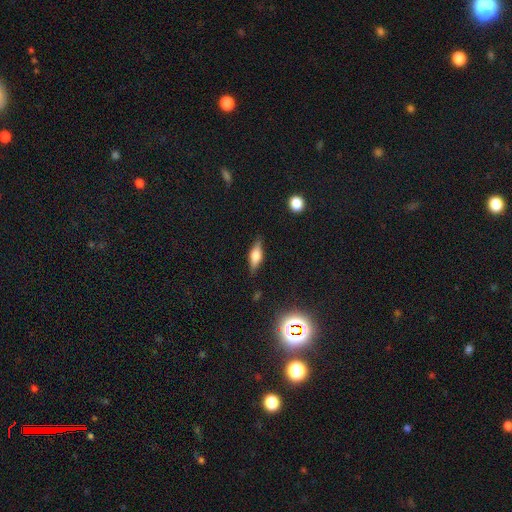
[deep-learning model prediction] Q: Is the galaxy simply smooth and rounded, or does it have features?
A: smooth — 49%.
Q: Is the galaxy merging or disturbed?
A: none — 84%.